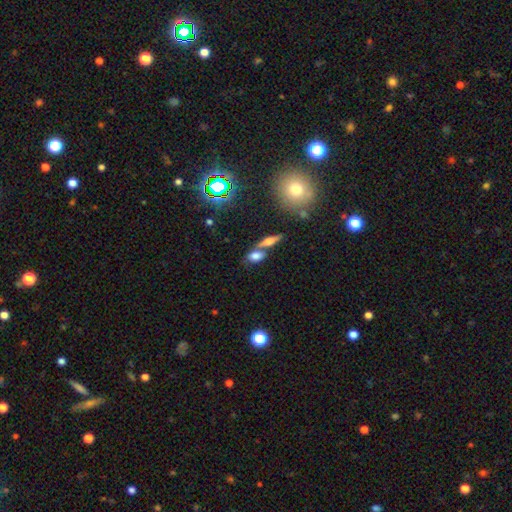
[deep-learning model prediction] smooth-or-featured: smooth: 64% | featured or disk: 21% | star or artifact: 14%
  how-rounded: in between: 76% | cigar-shaped: 12% | round: 11%
  merging: none: 45% | merger: 40% | minor disturbance: 10% | major disturbance: 4%